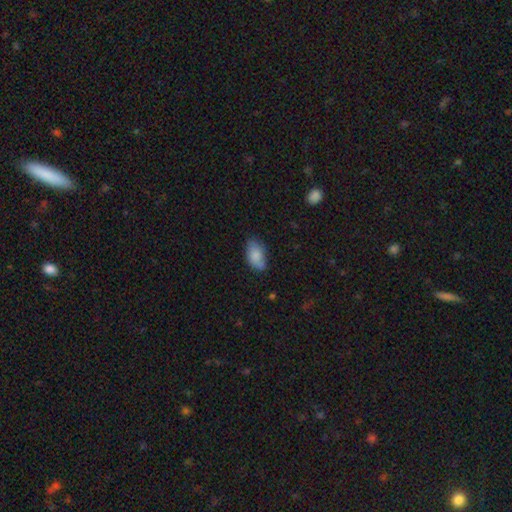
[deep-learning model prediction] smooth-or-featured: smooth: 83% | featured or disk: 9% | star or artifact: 7%
  how-rounded: in between: 93% | round: 5% | cigar-shaped: 2%
  merging: none: 64% | minor disturbance: 28% | major disturbance: 6% | merger: 2%